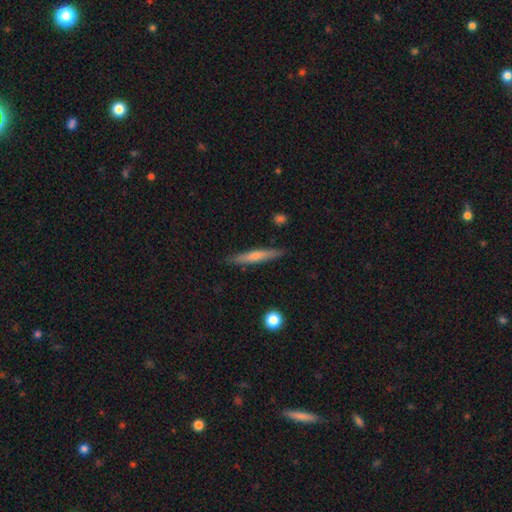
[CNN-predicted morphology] Smooth or featured: featured or disk — 49% (smooth — 45%)
Merging: none — 89% (minor disturbance — 8%)